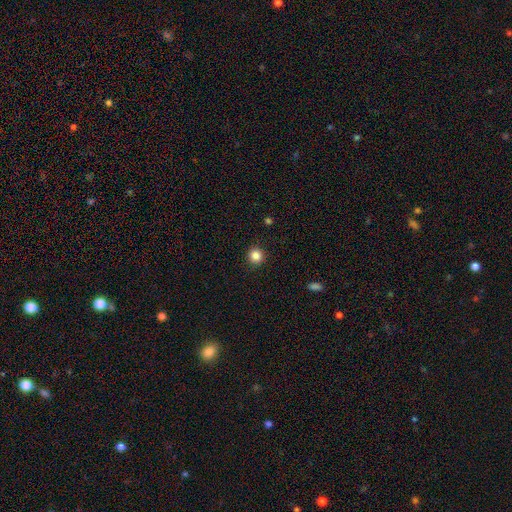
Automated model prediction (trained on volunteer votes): smooth-or-featured: smooth: 85% | star or artifact: 11% | featured or disk: 4%
  how-rounded: round: 94% | in between: 6% | cigar-shaped: 1%
  merging: none: 92% | minor disturbance: 5% | major disturbance: 2% | merger: 1%